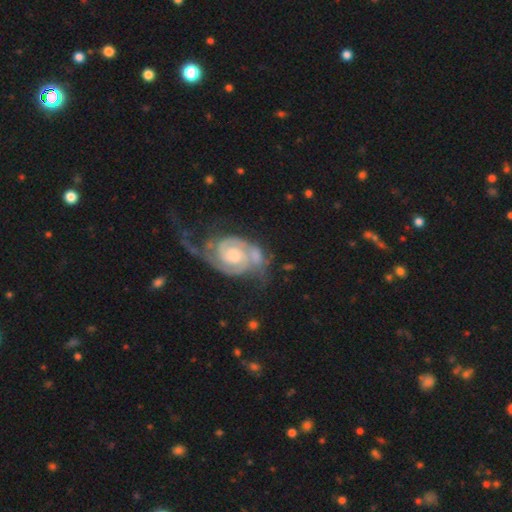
A featured or disk galaxy (92%) with no bar (70%), 2 (91%) tight (73%) spiral arms (100%) and a moderate central bulge (67%).

Vote fractions:
- Smooth or featured? featured or disk: 92% / smooth: 5% / star or artifact: 3%
- Edge-on disk? no: 97% / yes: 3%
- Bar? no: 70% / weak: 21% / strong: 9%
- Spiral arms? yes: 100% / no: 0%
- Spiral winding? tight: 73% / medium: 15% / loose: 12%
- Spiral arm count? 2: 91% / 3: 6% / 1: 3% / 4: 0% / more than 4: 0% / can't tell: 0%
- Bulge size? moderate: 67% / small: 18% / large: 15% / dominant: 0% / none: 0%
- Merging? none: 56% / minor disturbance: 19% / major disturbance: 17% / merger: 8%